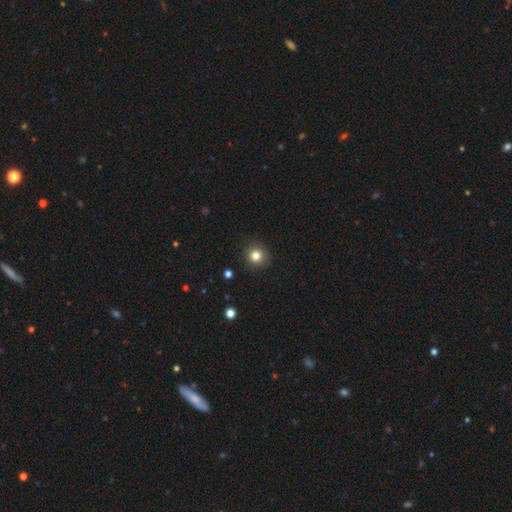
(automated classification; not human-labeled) Smooth or featured? Predicted: smooth (p=0.82). How rounded? Predicted: round (p=0.90). Merging? Predicted: none (p=0.90).